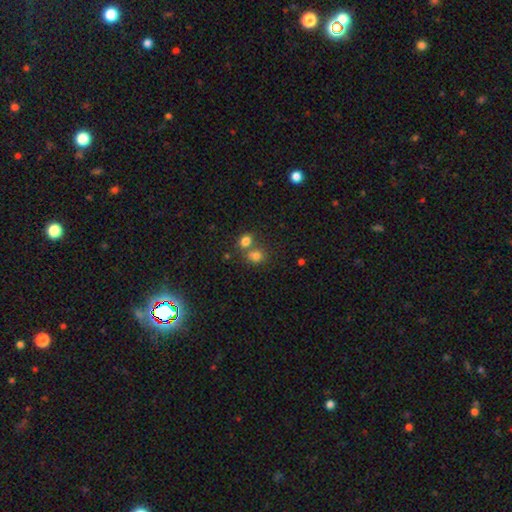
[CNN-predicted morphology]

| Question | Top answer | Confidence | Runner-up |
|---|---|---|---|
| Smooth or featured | smooth | 77% | star or artifact (14%) |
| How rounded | round | 59% | in between (40%) |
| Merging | none | 44% | merger (43%) |